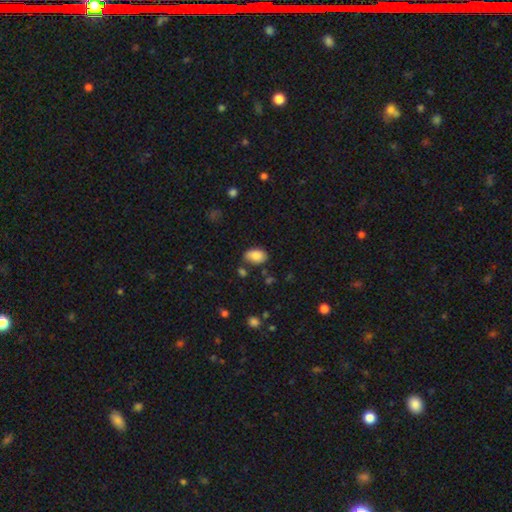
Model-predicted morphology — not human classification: smooth-or-featured: smooth: 83% | featured or disk: 9% | star or artifact: 8%
  how-rounded: in between: 89% | round: 10% | cigar-shaped: 1%
  merging: none: 69% | minor disturbance: 22% | major disturbance: 5% | merger: 5%